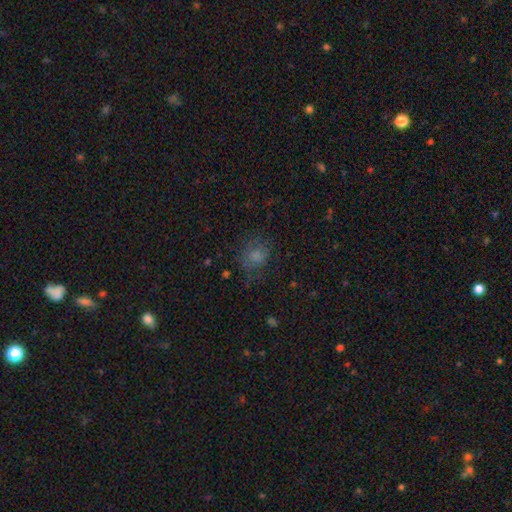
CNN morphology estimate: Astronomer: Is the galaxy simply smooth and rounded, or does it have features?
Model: smooth — 70%.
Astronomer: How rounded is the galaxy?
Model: round — 70%.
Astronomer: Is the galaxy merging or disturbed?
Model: none — 66%.